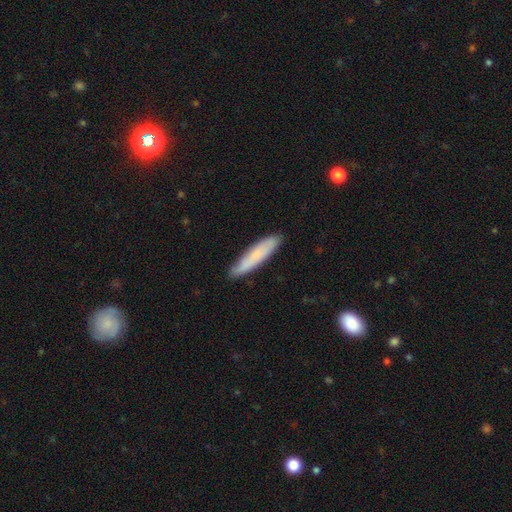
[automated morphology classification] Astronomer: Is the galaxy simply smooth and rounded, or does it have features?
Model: smooth — 75%.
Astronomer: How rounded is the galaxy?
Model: cigar-shaped — 87%.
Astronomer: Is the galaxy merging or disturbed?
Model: none — 86%.